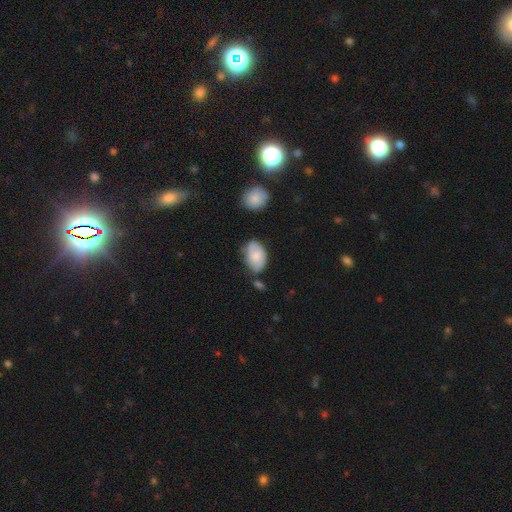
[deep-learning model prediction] Q: Smooth or featured?
A: smooth (67%); runner-up: featured or disk (26%)
Q: How rounded?
A: in between (89%); runner-up: round (10%)
Q: Merging?
A: none (56%); runner-up: minor disturbance (29%)